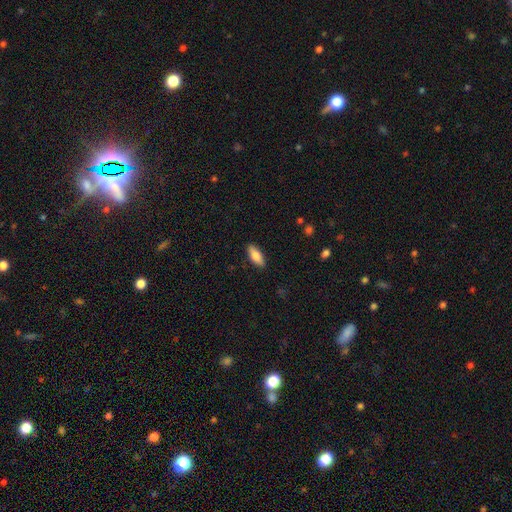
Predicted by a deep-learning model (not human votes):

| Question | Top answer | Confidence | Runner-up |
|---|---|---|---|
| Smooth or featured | smooth | 77% | featured or disk (17%) |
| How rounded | in between | 70% | cigar-shaped (27%) |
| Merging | none | 88% | minor disturbance (9%) |